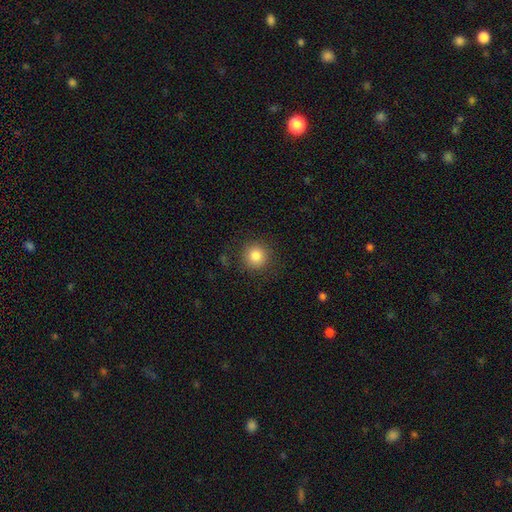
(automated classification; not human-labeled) Q: Smooth or featured?
A: smooth (84%); runner-up: star or artifact (11%)
Q: How rounded?
A: round (93%); runner-up: in between (6%)
Q: Merging?
A: none (88%); runner-up: minor disturbance (8%)